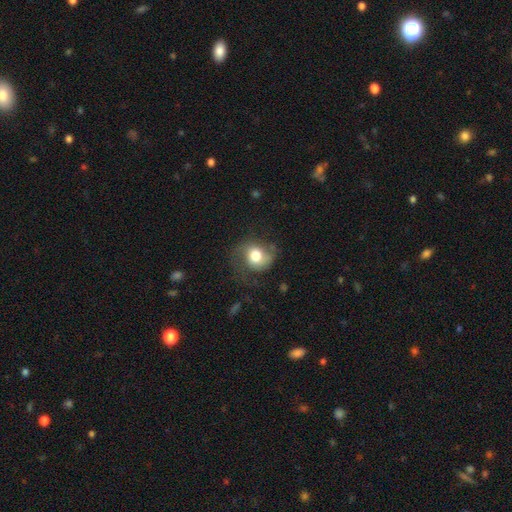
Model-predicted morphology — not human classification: This is possibly a smooth galaxy (57%). How rounded: likely round (70%). Merging: possibly none (51%).